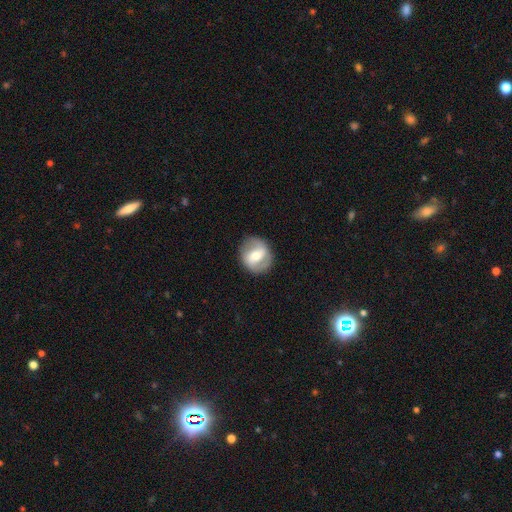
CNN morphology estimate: featured or disk 60%, smooth 33%, star or artifact 6%. Down the decision tree: edge-on disk — no (95%); bar — weak (39%); spiral arms — yes (63%); bulge size — moderate (66%); merging — none (85%).